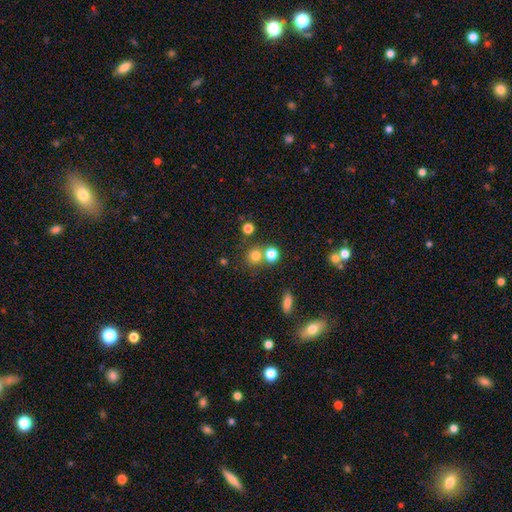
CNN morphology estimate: Smooth or featured: smooth — 75% (star or artifact — 16%)
How rounded: round — 87% (in between — 12%)
Merging: none — 61% (merger — 27%)